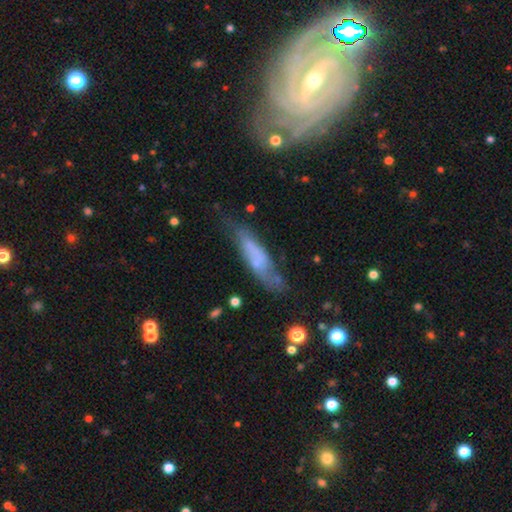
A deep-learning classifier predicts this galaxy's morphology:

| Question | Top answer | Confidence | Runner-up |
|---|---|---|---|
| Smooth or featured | smooth | 54% | featured or disk (37%) |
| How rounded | cigar-shaped | 68% | in between (29%) |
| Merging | none | 55% | minor disturbance (27%) |